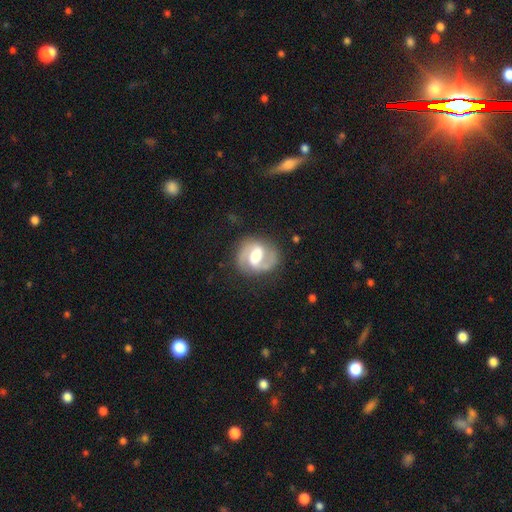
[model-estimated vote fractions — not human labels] smooth_or_featured: featured or disk (p=0.81) [alt: smooth p=0.14]
disk_edge_on: no (p=0.98) [alt: yes p=0.02]
bar: weak (p=0.44) [alt: strong p=0.42]
has_spiral_arms: yes (p=0.93) [alt: no p=0.07]
spiral_winding: medium (p=0.53) [alt: tight p=0.31]
spiral_arm_count: 2 (p=0.90) [alt: can't tell p=0.04]
bulge_size: moderate (p=0.46) [alt: large p=0.35]
merging: none (p=0.77) [alt: minor disturbance p=0.14]